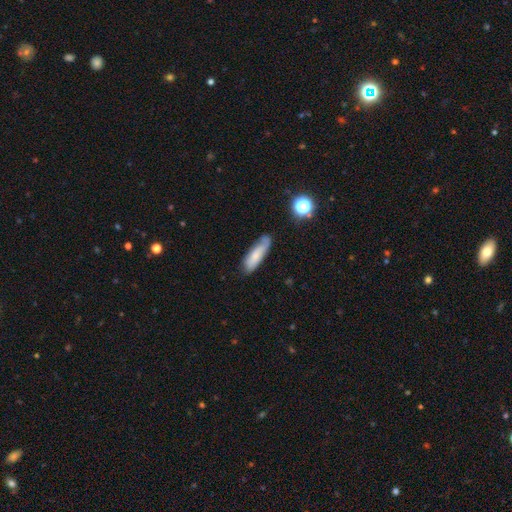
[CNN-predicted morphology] Q: Smooth or featured?
A: smooth (69%); runner-up: featured or disk (24%)
Q: How rounded?
A: cigar-shaped (49%); tied with: in between (49%)
Q: Merging?
A: none (61%); runner-up: minor disturbance (27%)